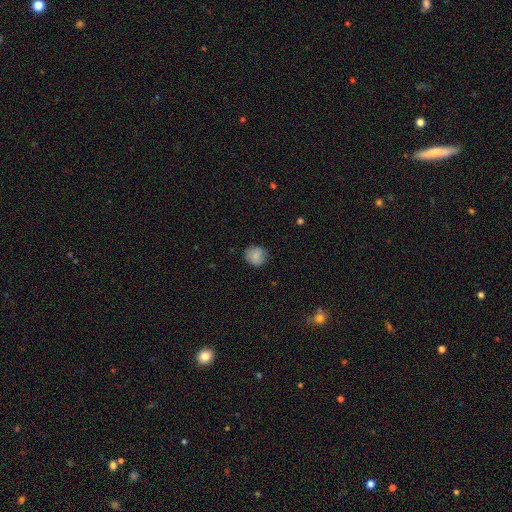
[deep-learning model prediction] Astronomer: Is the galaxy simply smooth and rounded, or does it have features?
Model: smooth — 83%.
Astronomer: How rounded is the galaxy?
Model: round — 85%.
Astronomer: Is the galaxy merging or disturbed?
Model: none — 79%.